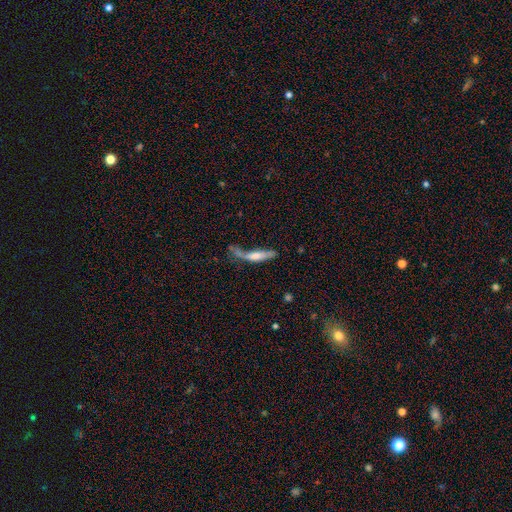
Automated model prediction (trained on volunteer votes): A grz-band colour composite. It shows a smooth galaxy with no disk features (50%) that is cigar-shaped (81%). Merging: none (37%).